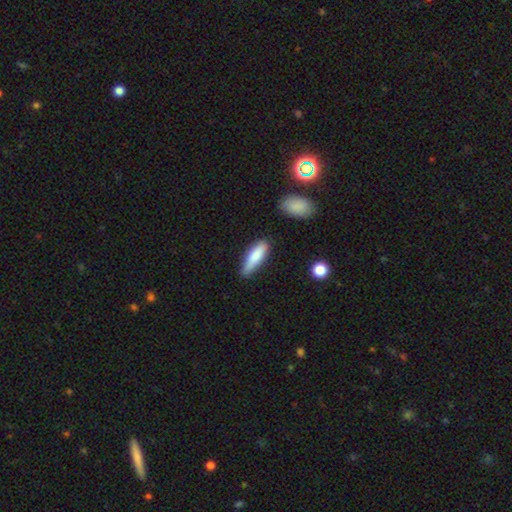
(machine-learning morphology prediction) smooth-or-featured: smooth: 80% | featured or disk: 14% | star or artifact: 6%
  how-rounded: cigar-shaped: 56% | in between: 42% | round: 2%
  merging: none: 69% | minor disturbance: 24% | major disturbance: 4% | merger: 3%